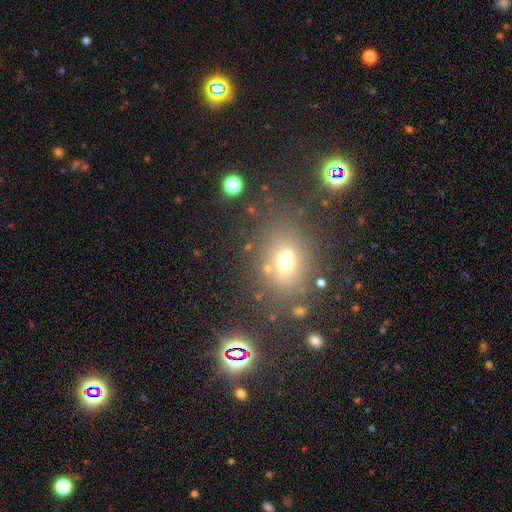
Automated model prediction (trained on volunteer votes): The model was most divided on "smooth or featured": smooth: 46%, star or artifact: 41%, featured or disk: 13%. More confident: merging — none (80%).